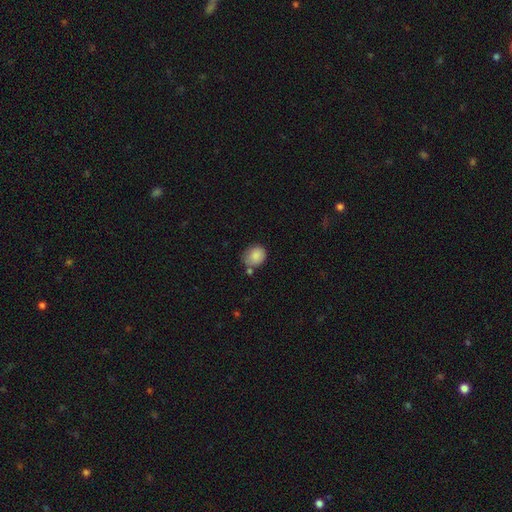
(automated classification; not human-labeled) smooth-or-featured: smooth: 86% | star or artifact: 8% | featured or disk: 6%
  how-rounded: round: 61% | in between: 38% | cigar-shaped: 1%
  merging: none: 59% | minor disturbance: 23% | merger: 12% | major disturbance: 5%